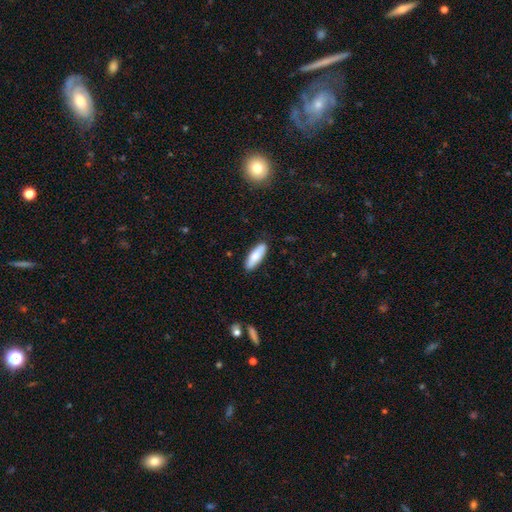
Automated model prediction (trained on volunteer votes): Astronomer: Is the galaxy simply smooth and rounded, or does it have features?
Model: smooth — 81%.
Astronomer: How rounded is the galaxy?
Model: in between — 57% (runner-up: cigar-shaped, 41%).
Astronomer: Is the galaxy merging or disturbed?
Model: none — 87%.